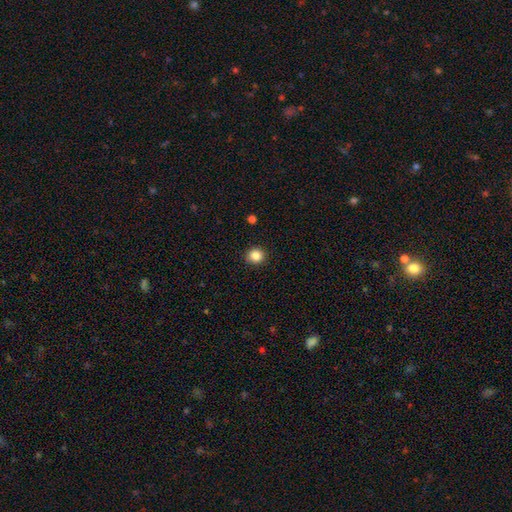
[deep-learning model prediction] A smooth galaxy with no disk features (85%) that is round (88%).

Vote fractions:
- Smooth or featured? smooth: 85% / star or artifact: 11% / featured or disk: 4%
- How rounded? round: 88% / in between: 11% / cigar-shaped: 1%
- Merging? none: 91% / minor disturbance: 6% / major disturbance: 2% / merger: 1%